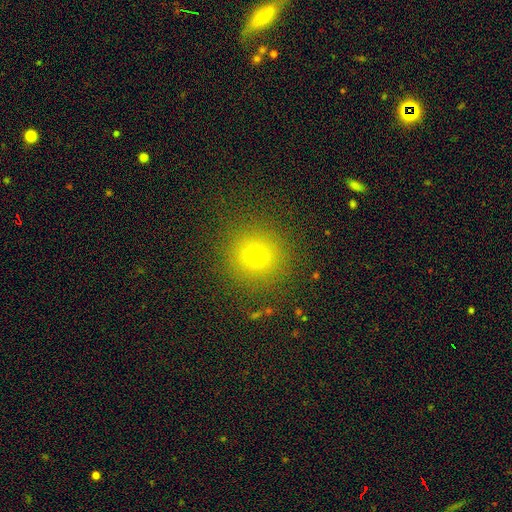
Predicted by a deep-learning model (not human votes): This is likely a smooth galaxy (70%). How rounded: clearly round (94%). Merging: clearly none (88%).